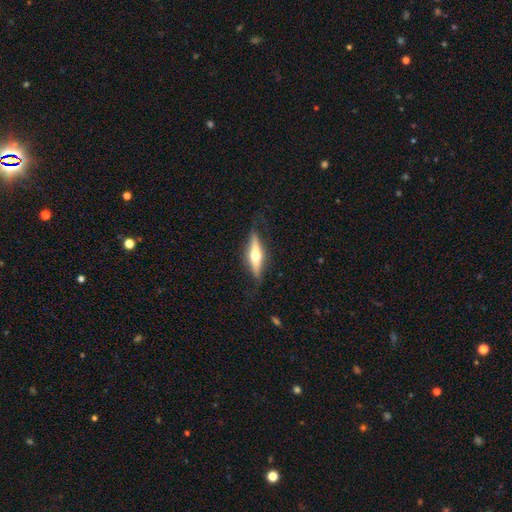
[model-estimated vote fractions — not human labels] smooth-or-featured: featured or disk: 64% | smooth: 31% | star or artifact: 5%
  disk-edge-on: yes: 92% | no: 8%
    edge-on-bulge: rounded: 94% | none: 3% | boxy: 3%
  merging: none: 79% | minor disturbance: 15% | major disturbance: 5% | merger: 1%